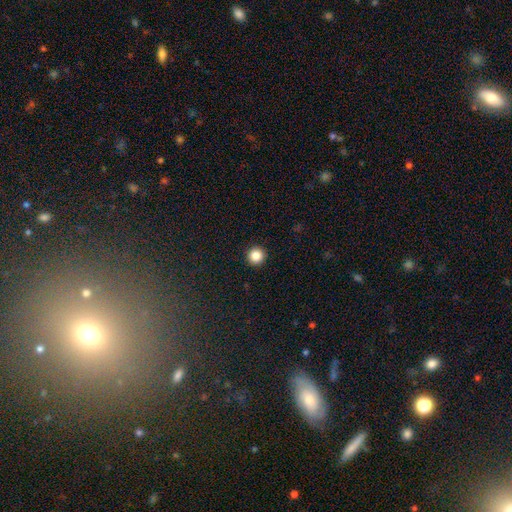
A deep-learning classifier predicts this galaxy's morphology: smooth 85%, star or artifact 11%, featured or disk 4%. Down the decision tree: how rounded — round (96%); merging — none (94%).